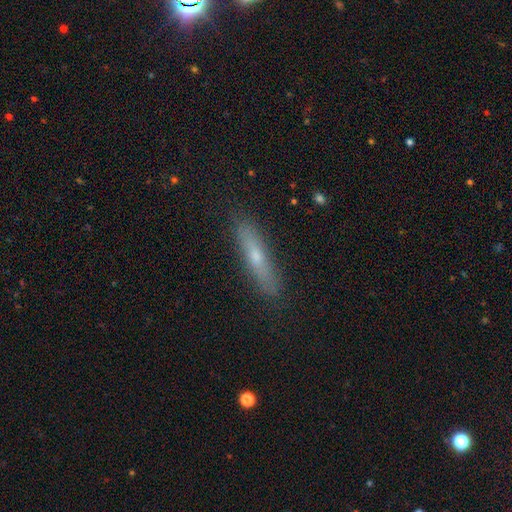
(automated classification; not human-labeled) A smooth galaxy with no disk features (48%). Merging: none (88%).